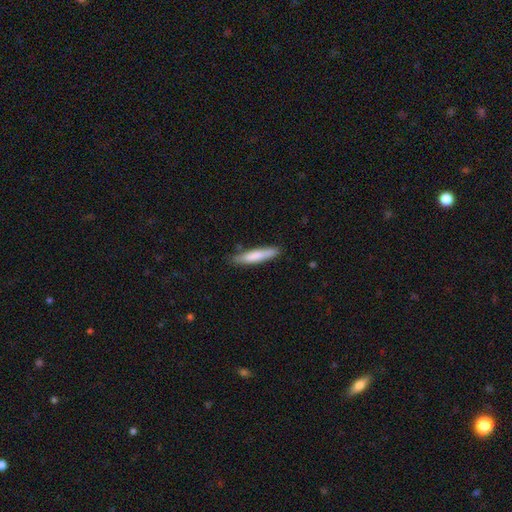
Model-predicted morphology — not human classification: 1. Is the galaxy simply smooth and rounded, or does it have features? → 77% smooth, 18% featured or disk, 5% star or artifact.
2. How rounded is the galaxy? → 87% cigar-shaped, 12% in between, 1% round.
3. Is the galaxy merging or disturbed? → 82% none, 14% minor disturbance, 2% major disturbance, 2% merger.